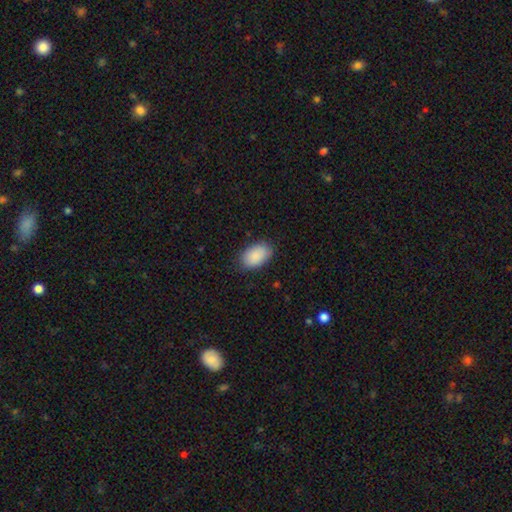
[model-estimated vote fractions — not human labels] Overall: smooth (90%). How rounded: in between (92%). Merging: none (84%).